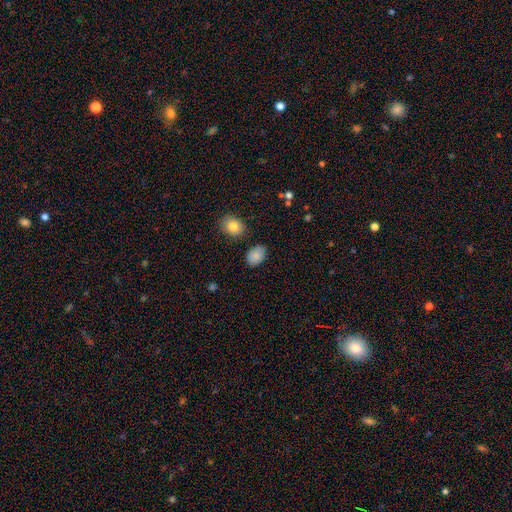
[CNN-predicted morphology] The model was most divided on "how rounded": in between: 82%, round: 16%, cigar-shaped: 1%. More confident: smooth or featured — smooth (86%); merging — none (82%).